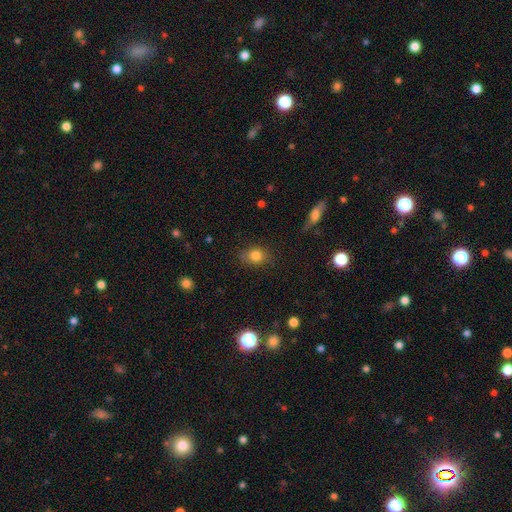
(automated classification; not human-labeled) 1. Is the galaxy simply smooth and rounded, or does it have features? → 81% smooth, 11% star or artifact, 8% featured or disk.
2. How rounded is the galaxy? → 54% in between, 45% round, 2% cigar-shaped.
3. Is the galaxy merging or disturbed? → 78% none, 16% minor disturbance, 4% major disturbance, 1% merger.